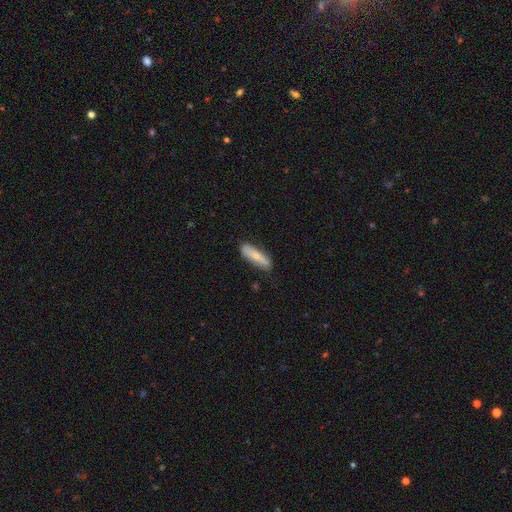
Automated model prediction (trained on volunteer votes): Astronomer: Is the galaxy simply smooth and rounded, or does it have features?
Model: smooth — 60%.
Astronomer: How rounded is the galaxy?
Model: cigar-shaped — 62%.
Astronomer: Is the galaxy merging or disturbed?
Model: none — 80%.